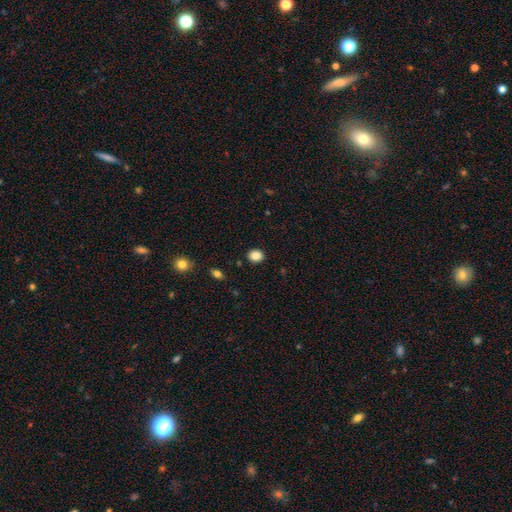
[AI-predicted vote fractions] Smooth or featured? Predicted: smooth (p=0.87). How rounded? Predicted: round (p=0.56). Merging? Predicted: none (p=0.89).